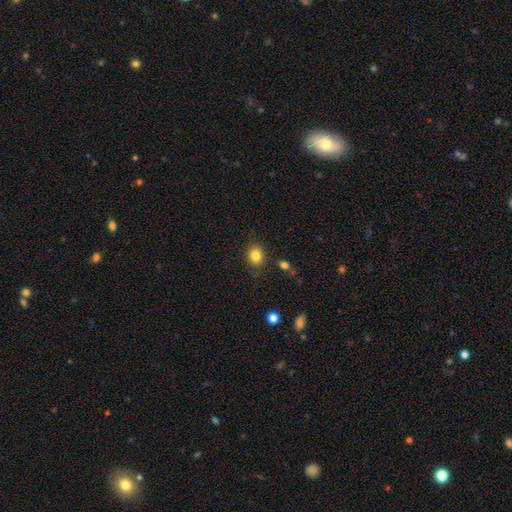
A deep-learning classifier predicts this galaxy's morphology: Smooth or featured?
  - smooth: 83% *
  - star or artifact: 10%
  - featured or disk: 7%
How rounded?
  - round: 58% *
  - in between: 41%
  - cigar-shaped: 1%
Merging?
  - none: 83% *
  - minor disturbance: 11%
  - major disturbance: 3%
  - merger: 3%